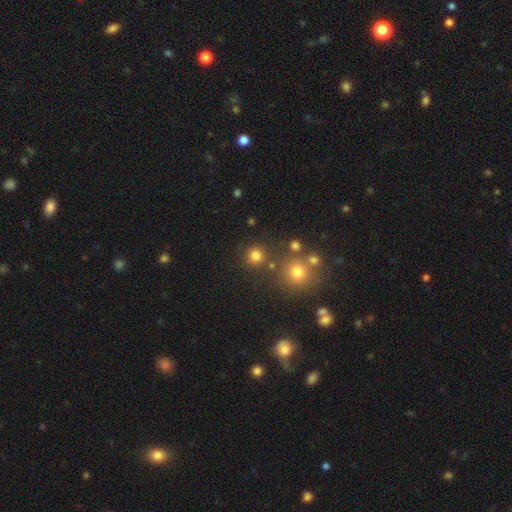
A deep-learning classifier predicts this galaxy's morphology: smooth-or-featured: smooth: 78% | star or artifact: 17% | featured or disk: 6%
  how-rounded: round: 93% | in between: 6% | cigar-shaped: 1%
  merging: none: 82% | merger: 8% | minor disturbance: 7% | major disturbance: 3%